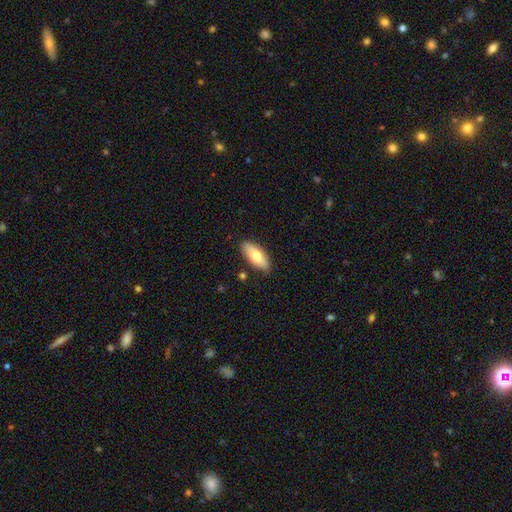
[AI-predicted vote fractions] Smooth or featured?
  - smooth: 68% *
  - featured or disk: 26%
  - star or artifact: 6%
How rounded?
  - in between: 83% *
  - cigar-shaped: 14%
  - round: 3%
Merging?
  - none: 84% *
  - minor disturbance: 12%
  - major disturbance: 2%
  - merger: 2%